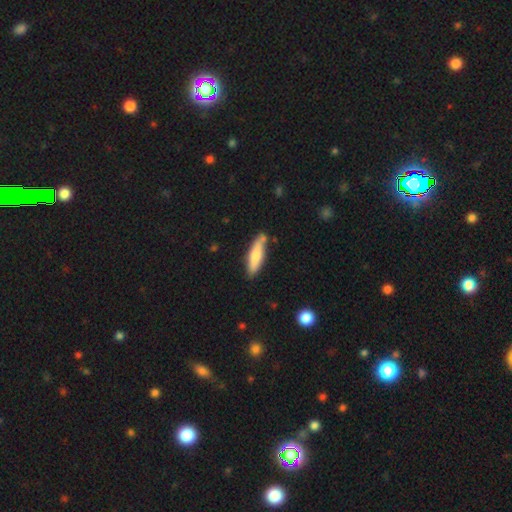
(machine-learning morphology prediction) smooth-or-featured: smooth: 73% | featured or disk: 22% | star or artifact: 5%
  how-rounded: cigar-shaped: 69% | in between: 29% | round: 2%
  merging: none: 75% | minor disturbance: 16% | merger: 6% | major disturbance: 3%